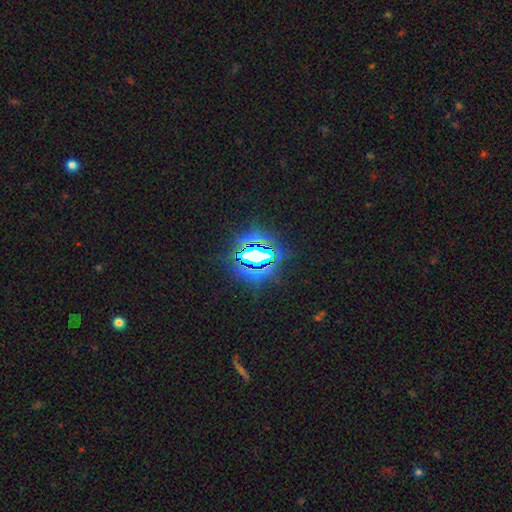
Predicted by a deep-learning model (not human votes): star or artifact 75%, smooth 14%, featured or disk 11%.